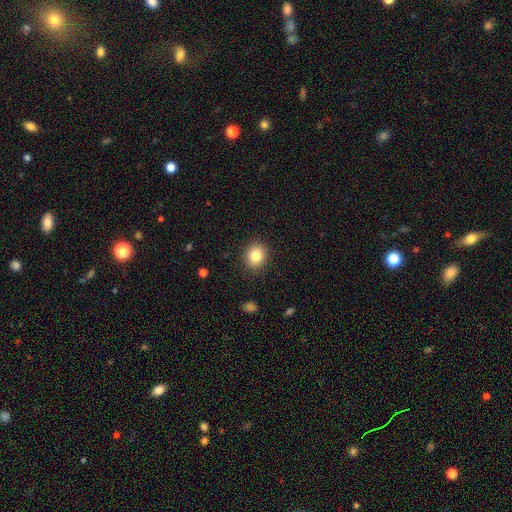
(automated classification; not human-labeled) Overall: smooth (83%). How rounded: round (70%). Merging: none (90%).